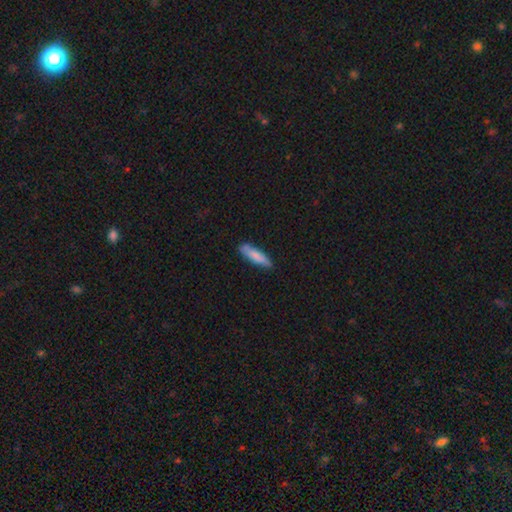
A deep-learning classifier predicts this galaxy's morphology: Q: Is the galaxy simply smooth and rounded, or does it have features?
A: smooth — 81%.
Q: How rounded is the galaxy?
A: cigar-shaped — 74%.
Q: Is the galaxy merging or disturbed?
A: none — 78%.